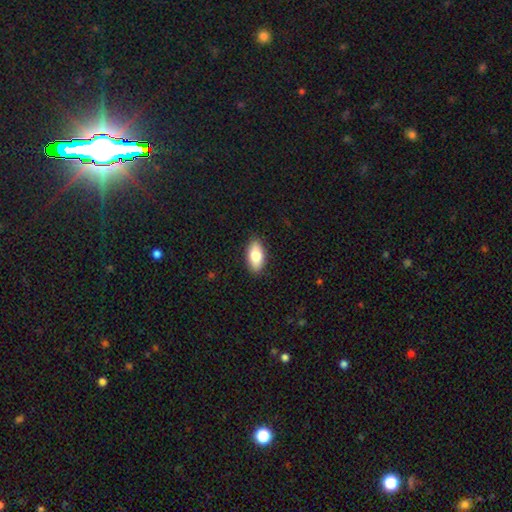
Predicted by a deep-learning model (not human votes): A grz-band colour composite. It shows a smooth galaxy with no disk features (80%) that is in between round and cigar-shaped (91%). Merging: none (89%).